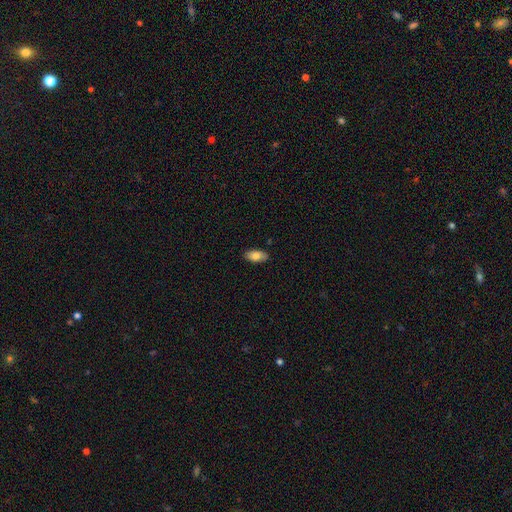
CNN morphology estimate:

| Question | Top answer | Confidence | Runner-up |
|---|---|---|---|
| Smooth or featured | smooth | 81% | featured or disk (12%) |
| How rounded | in between | 92% | cigar-shaped (6%) |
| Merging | none | 87% | minor disturbance (10%) |